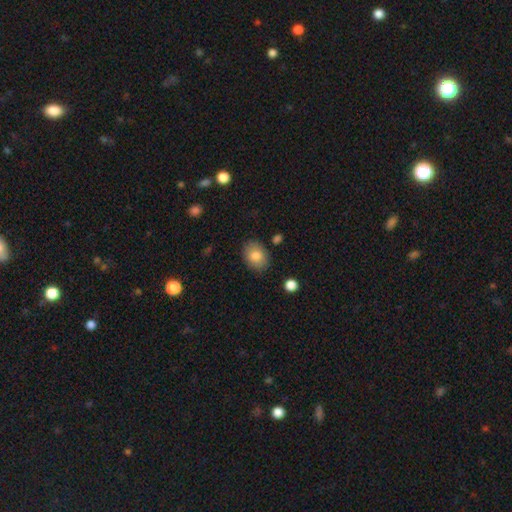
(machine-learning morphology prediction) The model was most divided on "how rounded": in between: 66%, round: 33%, cigar-shaped: 1%. More confident: merging — none (85%); smooth or featured — smooth (80%).